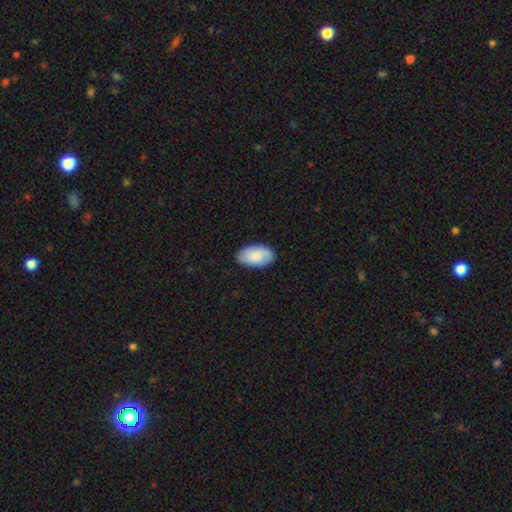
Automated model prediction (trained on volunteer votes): This is clearly a smooth galaxy (81%). How rounded: clearly in between (95%). Merging: clearly none (84%).